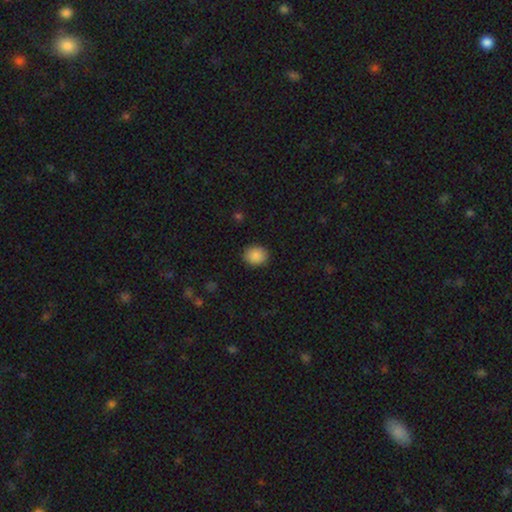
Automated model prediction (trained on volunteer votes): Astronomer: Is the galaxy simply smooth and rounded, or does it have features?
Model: smooth — 88%.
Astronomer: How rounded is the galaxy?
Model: round — 72%.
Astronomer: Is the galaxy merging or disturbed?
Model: none — 89%.